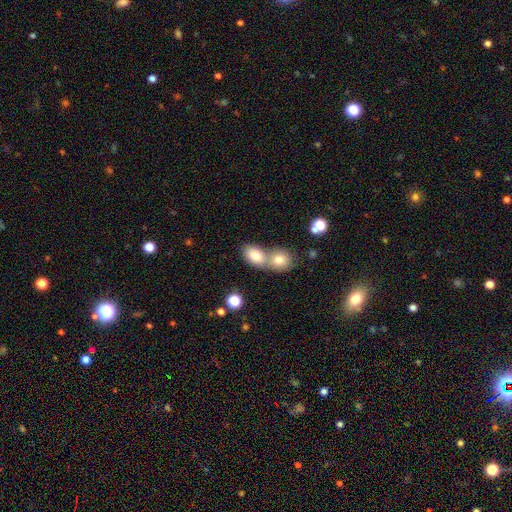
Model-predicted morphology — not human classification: smooth-or-featured: smooth: 78% | featured or disk: 13% | star or artifact: 9%
  how-rounded: in between: 75% | round: 23% | cigar-shaped: 2%
  merging: merger: 58% | none: 32% | minor disturbance: 7% | major disturbance: 3%